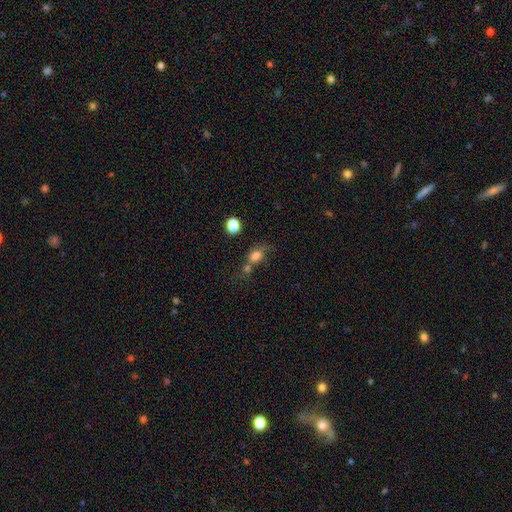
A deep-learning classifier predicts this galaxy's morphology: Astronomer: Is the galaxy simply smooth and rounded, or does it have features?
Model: smooth — 76%.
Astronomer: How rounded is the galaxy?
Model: in between — 63%.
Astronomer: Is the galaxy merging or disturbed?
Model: none — 36% (runner-up: merger, 32%).